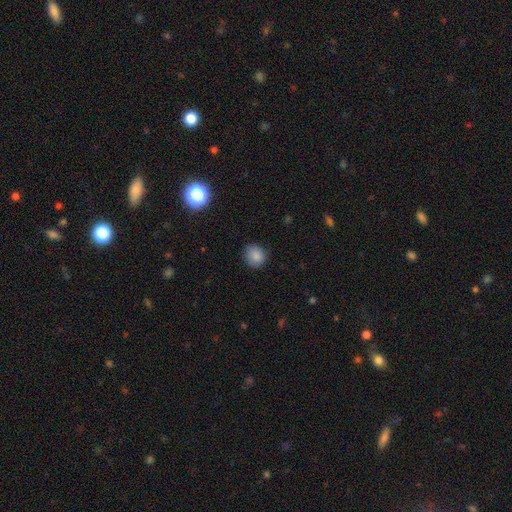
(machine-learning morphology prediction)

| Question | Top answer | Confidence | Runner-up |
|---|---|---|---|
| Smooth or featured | smooth | 86% | star or artifact (9%) |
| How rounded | round | 83% | in between (16%) |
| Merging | none | 82% | minor disturbance (14%) |